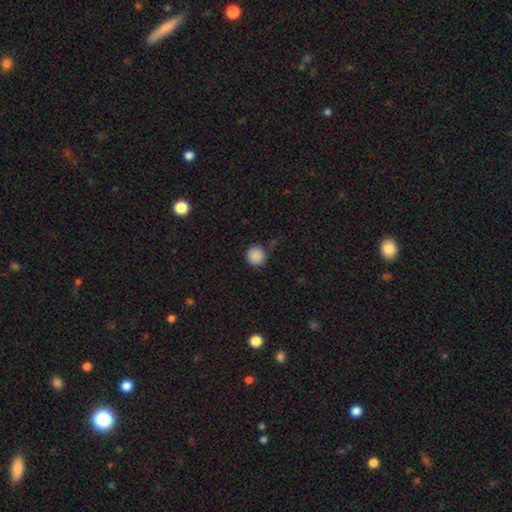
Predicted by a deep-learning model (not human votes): smooth-or-featured: smooth: 88% | star or artifact: 9% | featured or disk: 3%
  how-rounded: round: 95% | in between: 4% | cigar-shaped: 1%
  merging: none: 78% | minor disturbance: 14% | major disturbance: 4% | merger: 3%